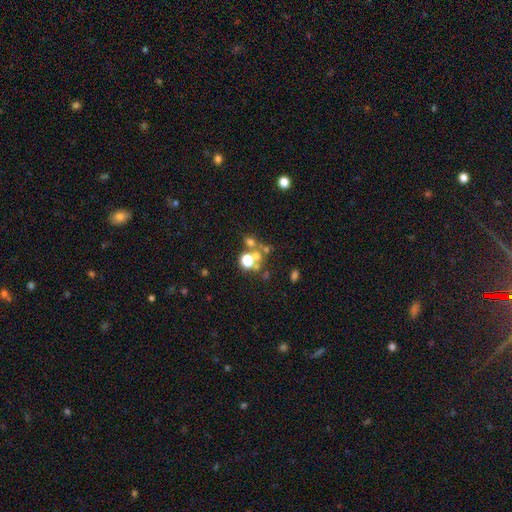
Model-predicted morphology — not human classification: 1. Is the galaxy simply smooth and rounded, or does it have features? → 44% star or artifact, 41% smooth, 15% featured or disk.